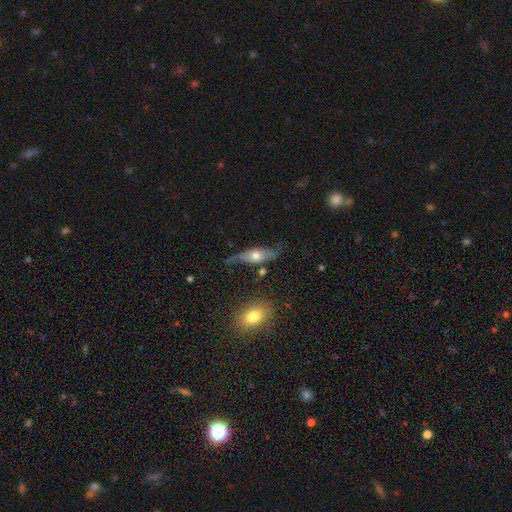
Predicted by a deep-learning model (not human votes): Smooth or featured? featured or disk (49%)
Merging? none (58%)